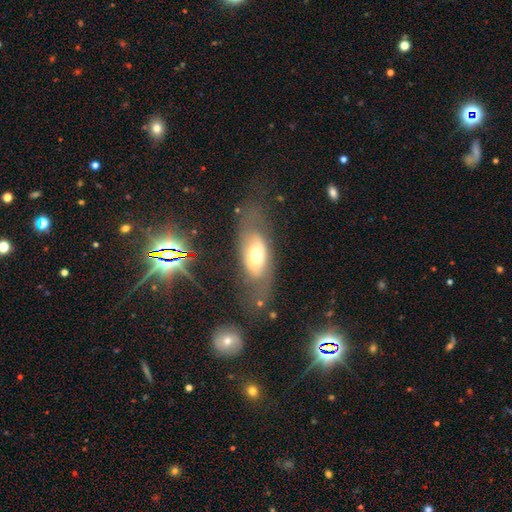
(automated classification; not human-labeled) Smooth or featured: smooth — 47% (featured or disk — 44%)
Merging: none — 62% (minor disturbance — 19%)